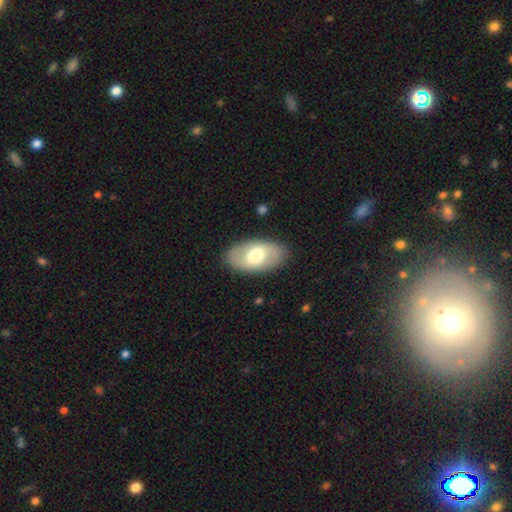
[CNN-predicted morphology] smooth-or-featured: smooth: 48% | featured or disk: 46% | star or artifact: 5%
  merging: none: 86% | minor disturbance: 10% | major disturbance: 3% | merger: 1%